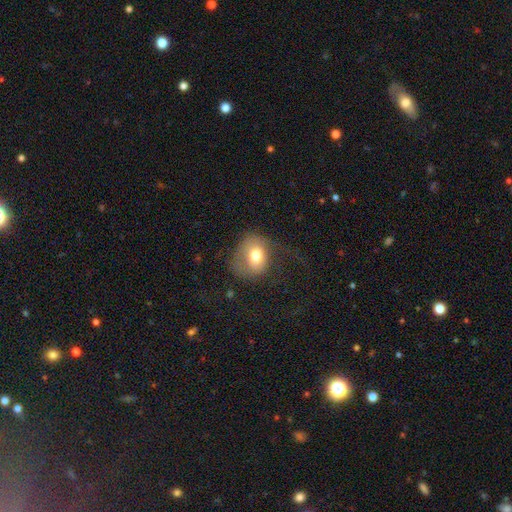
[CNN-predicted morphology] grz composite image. It shows a smooth galaxy with no disk features (68%) that is round (53%). Merging: none (38%).